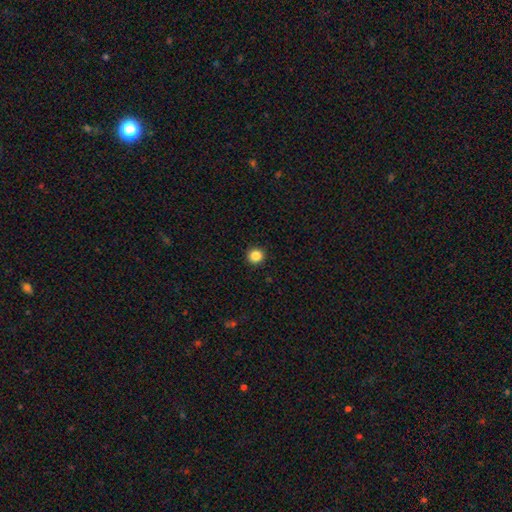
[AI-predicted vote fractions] A smooth galaxy with no disk features (86%) that is round (95%). Merging: none (93%).